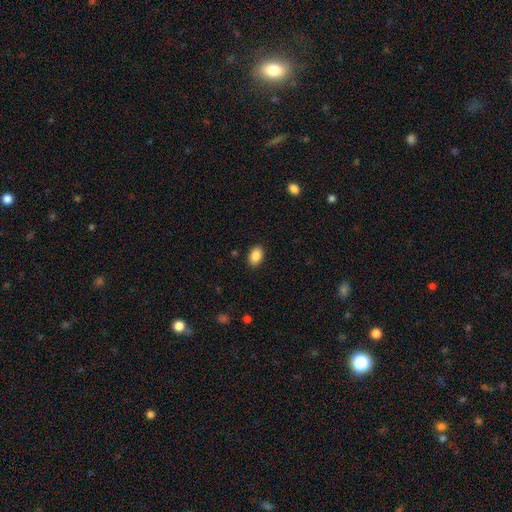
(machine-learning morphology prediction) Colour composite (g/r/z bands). It shows a smooth galaxy with no disk features (88%) that is in between round and cigar-shaped (86%). Merging: none (88%).